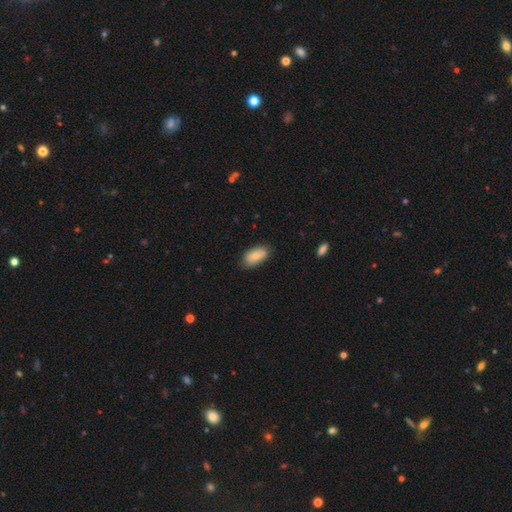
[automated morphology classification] Smooth or featured? Predicted: smooth (p=0.79). How rounded? Predicted: in between (p=0.92). Merging? Predicted: none (p=0.76).